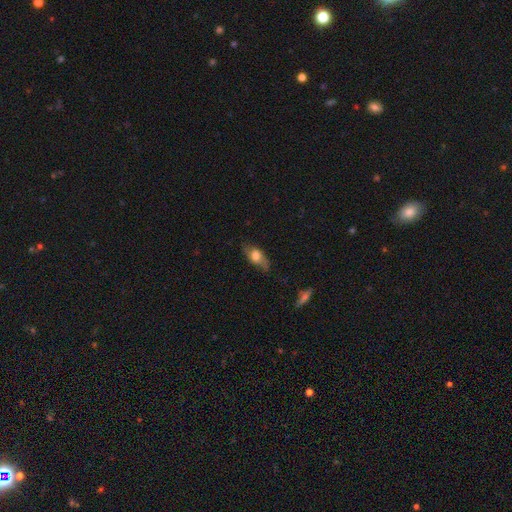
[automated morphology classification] Smooth or featured? Predicted: smooth (p=0.49). Merging? Predicted: none (p=0.64).